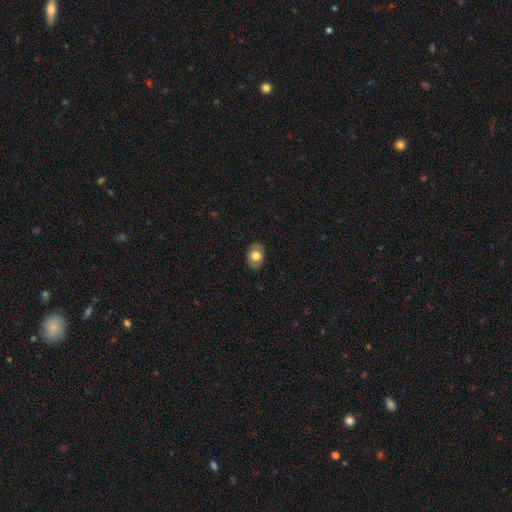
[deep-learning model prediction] Morphology: type=smooth (73%); roundness=in between (75%); merging=none (86%).